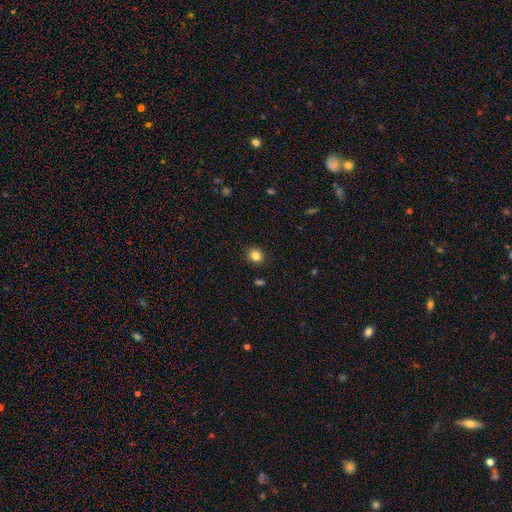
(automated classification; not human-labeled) The model was most divided on "how rounded": round: 74%, in between: 26%, cigar-shaped: 1%. More confident: merging — none (90%); smooth or featured — smooth (83%).